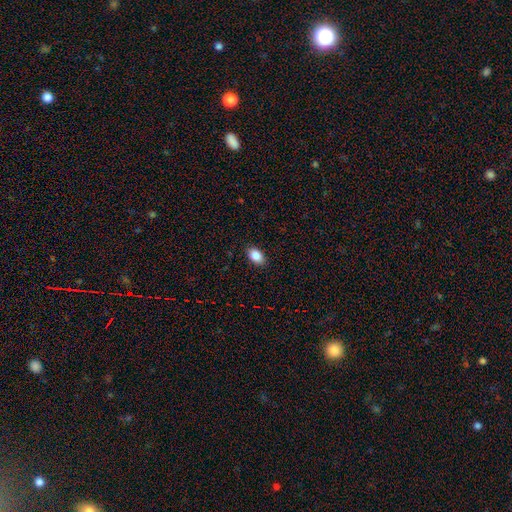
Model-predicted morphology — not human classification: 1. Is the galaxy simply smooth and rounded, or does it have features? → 86% smooth, 8% star or artifact, 5% featured or disk.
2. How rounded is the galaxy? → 88% in between, 10% round, 1% cigar-shaped.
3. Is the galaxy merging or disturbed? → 89% none, 8% minor disturbance, 2% major disturbance, 1% merger.